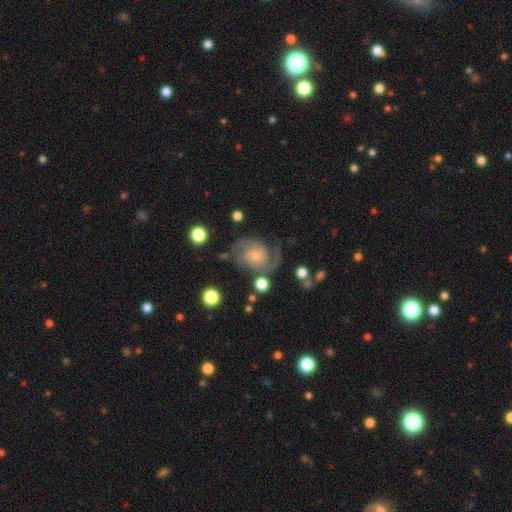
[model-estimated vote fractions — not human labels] A featured or disk galaxy (85%) with no bar (72%), 2 (84%) medium (48%) spiral arms (97%) and a small central bulge (62%).

Vote fractions:
- Smooth or featured? featured or disk: 85% / smooth: 9% / star or artifact: 6%
- Edge-on disk? no: 98% / yes: 2%
- Bar? no: 72% / weak: 24% / strong: 4%
- Spiral arms? yes: 97% / no: 3%
- Spiral winding? medium: 48% / tight: 34% / loose: 18%
- Spiral arm count? 2: 84% / can't tell: 5% / 3: 5% / 1: 3% / 4: 2% / more than 4: 2%
- Bulge size? small: 62% / moderate: 29% / none: 5% / large: 4% / dominant: 1%
- Merging? none: 65% / minor disturbance: 18% / major disturbance: 13% / merger: 5%